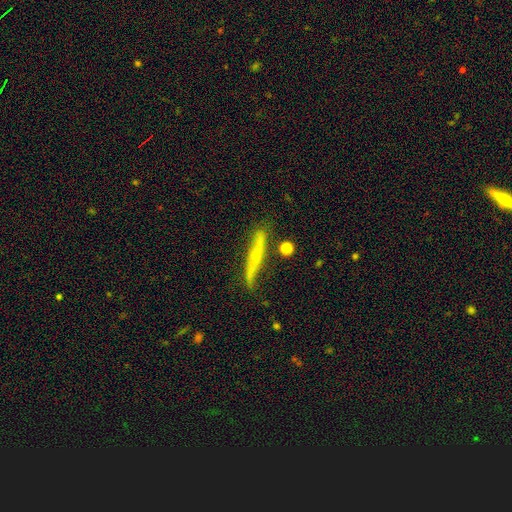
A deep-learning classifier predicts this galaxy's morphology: A featured or disk galaxy (70%) viewed edge-on (86%) with a rounded central bulge (86%).

Vote fractions:
- Smooth or featured? featured or disk: 70% / smooth: 24% / star or artifact: 7%
- Edge-on disk? yes: 86% / no: 14%
- Edge-on bulge? rounded: 86% / none: 12% / boxy: 2%
- Merging? none: 74% / minor disturbance: 19% / major disturbance: 4% / merger: 3%